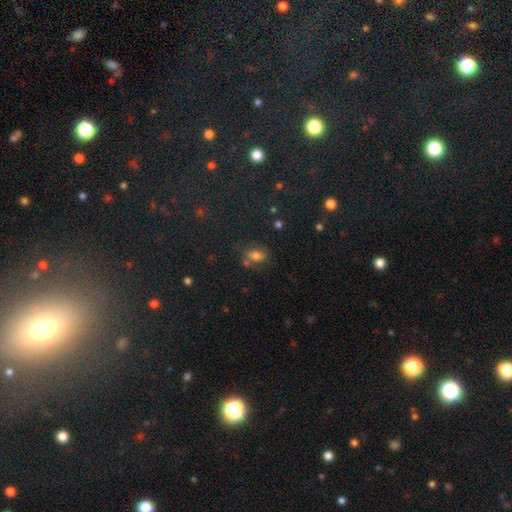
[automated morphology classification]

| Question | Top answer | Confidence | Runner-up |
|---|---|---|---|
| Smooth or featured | smooth | 72% | star or artifact (17%) |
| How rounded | in between | 81% | round (14%) |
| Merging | none | 59% | minor disturbance (19%) |